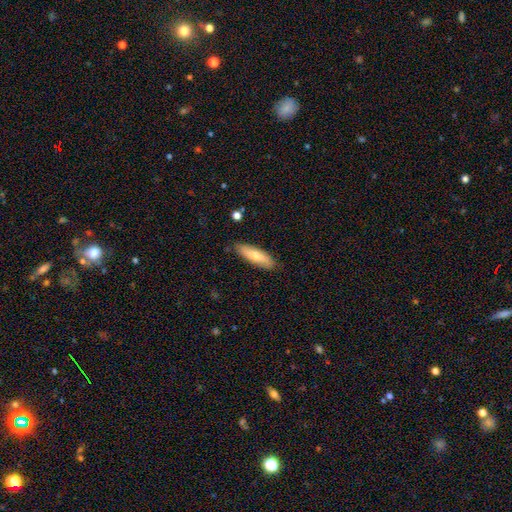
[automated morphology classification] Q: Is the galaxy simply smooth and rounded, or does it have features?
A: smooth — 69%.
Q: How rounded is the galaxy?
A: cigar-shaped — 57%.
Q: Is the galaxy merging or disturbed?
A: none — 86%.